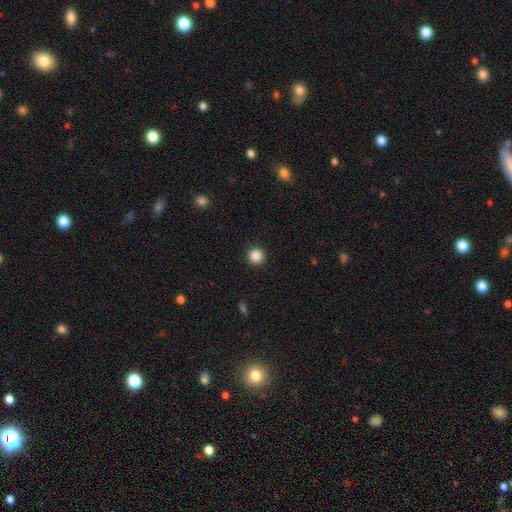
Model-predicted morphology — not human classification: This appears to be a smooth galaxy with no disk features (87%) that is round (95%). Merging: none (92%).